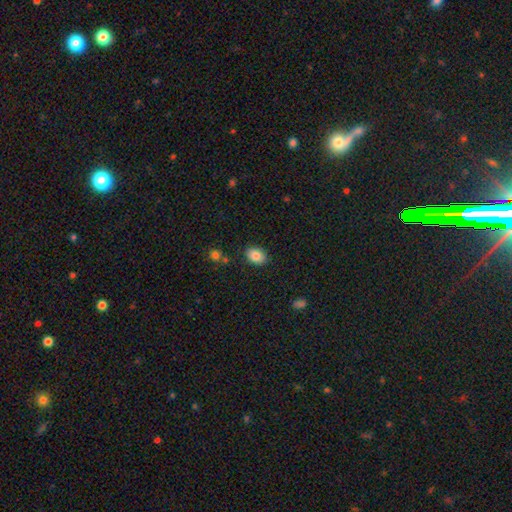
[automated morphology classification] A smooth galaxy with no disk features (85%) that is in between round and cigar-shaped (77%). Merging: none (85%).